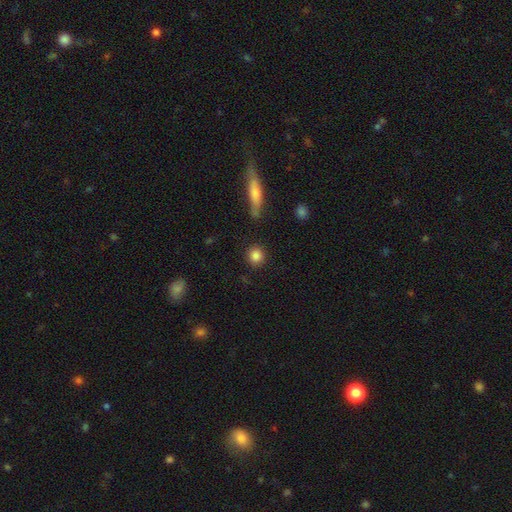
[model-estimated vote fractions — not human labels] Smooth or featured?
  - smooth: 86% *
  - star or artifact: 9%
  - featured or disk: 5%
How rounded?
  - round: 90% *
  - in between: 9%
  - cigar-shaped: 2%
Merging?
  - none: 87% *
  - minor disturbance: 8%
  - merger: 3%
  - major disturbance: 3%